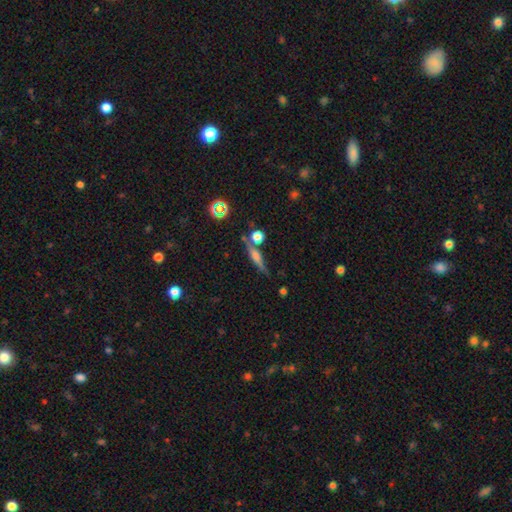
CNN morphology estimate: featured or disk 54%, smooth 30%, star or artifact 16%. Down the decision tree: edge-on disk — yes (93%); edge-on bulge — rounded (70%); merging — none (75%).